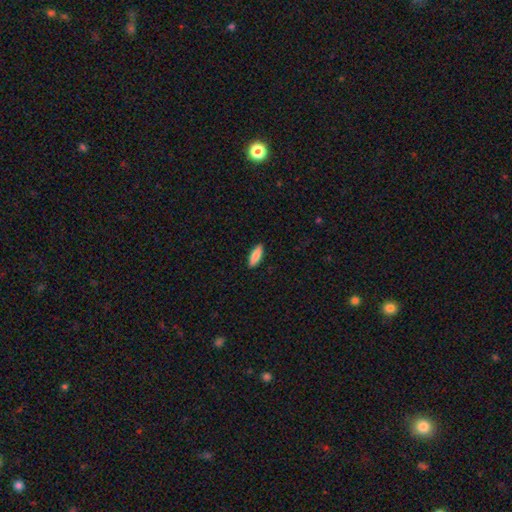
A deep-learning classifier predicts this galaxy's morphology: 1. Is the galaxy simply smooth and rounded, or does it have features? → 86% smooth, 8% featured or disk, 6% star or artifact.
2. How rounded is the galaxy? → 62% in between, 37% cigar-shaped, 2% round.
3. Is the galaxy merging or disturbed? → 90% none, 8% minor disturbance, 2% major disturbance, 1% merger.